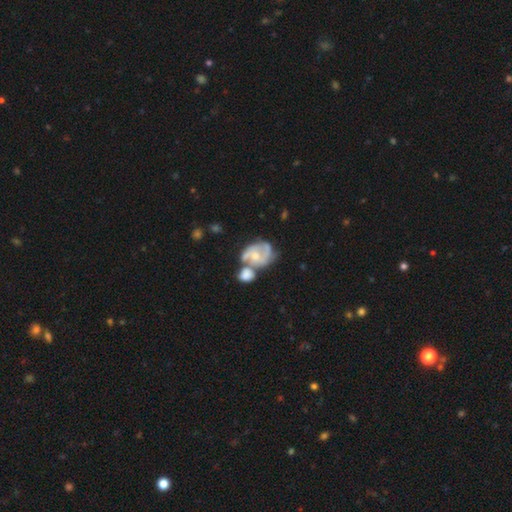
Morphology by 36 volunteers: A featured or disk galaxy (89%) with no bar (72%), 2 (56%) medium (48%) spiral arms (78%) and a moderate central bulge (72%). Merging: merger (57%).